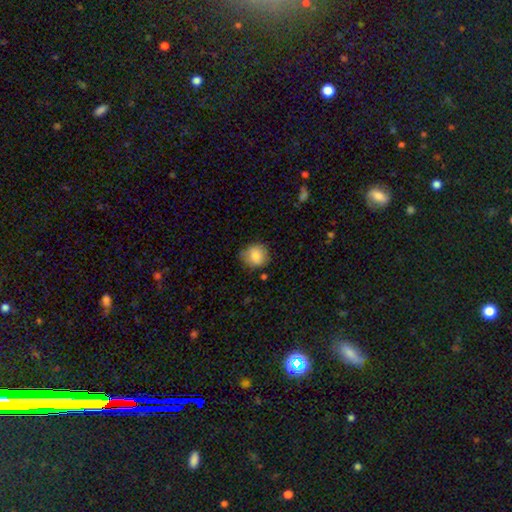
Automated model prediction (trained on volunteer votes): Smooth or featured: smooth — 84% (featured or disk — 8%)
How rounded: round — 85% (in between — 14%)
Merging: none — 74% (minor disturbance — 20%)